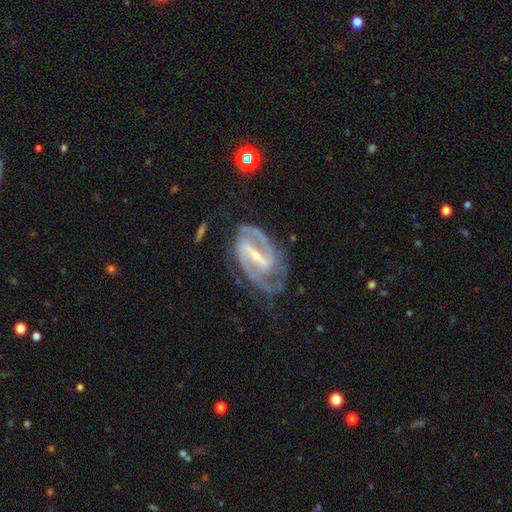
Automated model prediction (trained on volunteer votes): Smooth or featured?
  - featured or disk: 92% *
  - star or artifact: 4%
  - smooth: 3%
Edge-on disk?
  - no: 97% *
  - yes: 3%
Bar?
  - strong: 71% *
  - weak: 23%
  - no: 6%
Spiral arms?
  - yes: 98% *
  - no: 2%
Spiral winding?
  - medium: 50% *
  - tight: 41%
  - loose: 9%
Spiral arm count?
  - 2: 87% *
  - 3: 6%
  - can't tell: 3%
  - 1: 2%
  - 4: 1%
  - more than 4: 1%
Bulge size?
  - small: 70% *
  - moderate: 25%
  - none: 3%
  - large: 1%
  - dominant: 1%
Merging?
  - none: 72% *
  - minor disturbance: 18%
  - major disturbance: 8%
  - merger: 2%